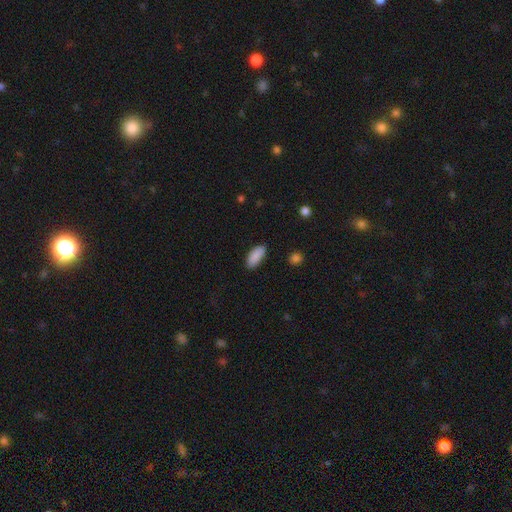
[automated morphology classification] Smooth or featured?
  - smooth: 90% *
  - star or artifact: 7%
  - featured or disk: 3%
How rounded?
  - in between: 85% *
  - cigar-shaped: 13%
  - round: 2%
Merging?
  - none: 87% *
  - minor disturbance: 10%
  - major disturbance: 2%
  - merger: 1%